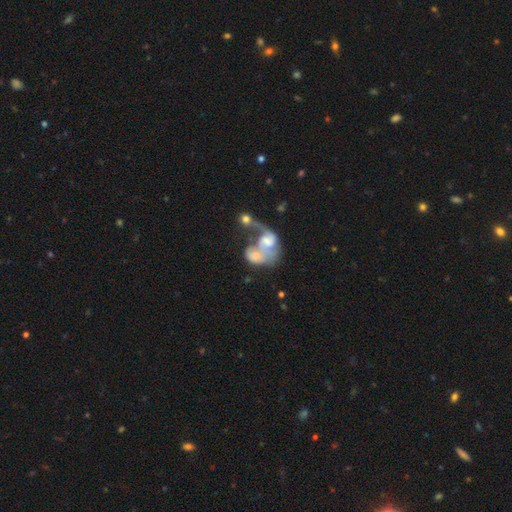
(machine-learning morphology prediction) Q: Smooth or featured?
A: featured or disk (54%); runner-up: smooth (38%)
Q: Edge-on disk?
A: no (97%); runner-up: yes (3%)
Q: Bar?
A: no (72%); runner-up: weak (23%)
Q: Spiral arms?
A: yes (55%); runner-up: no (45%)
Q: Bulge size?
A: moderate (40%); runner-up: small (23%)
Q: Merging?
A: merger (75%); runner-up: major disturbance (14%)